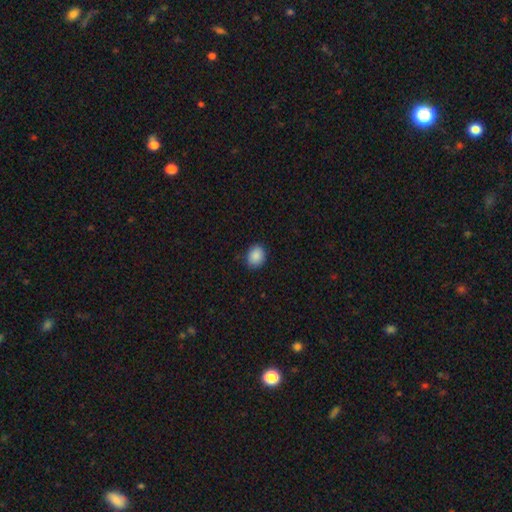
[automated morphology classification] type=smooth (89%); roundness=in between (53%); merging=none (84%).